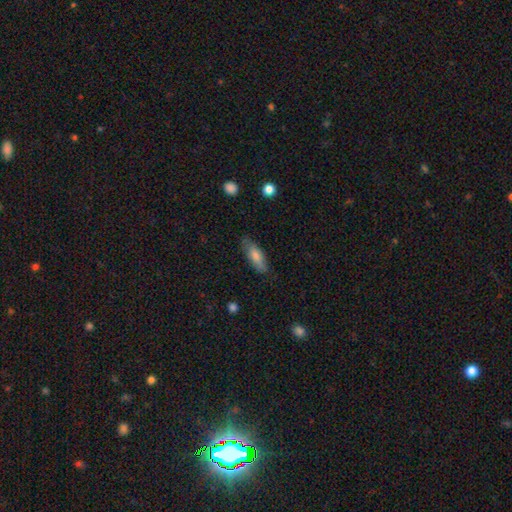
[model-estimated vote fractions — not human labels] A smooth galaxy with no disk features (75%) that is in between round and cigar-shaped (59%). Merging: none (80%).